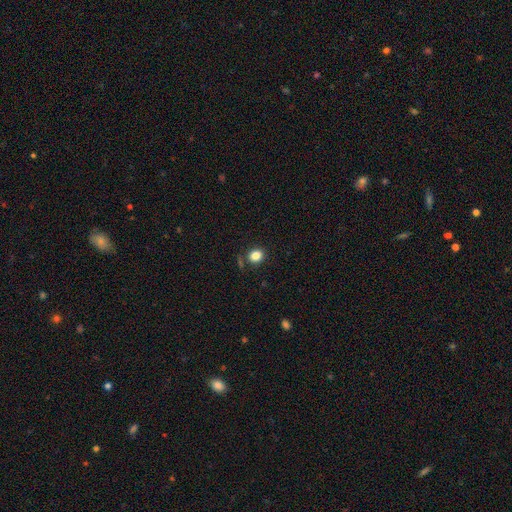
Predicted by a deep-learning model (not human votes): Smooth or featured: smooth — 84% (star or artifact — 11%)
How rounded: round — 66% (in between — 34%)
Merging: none — 82% (minor disturbance — 10%)